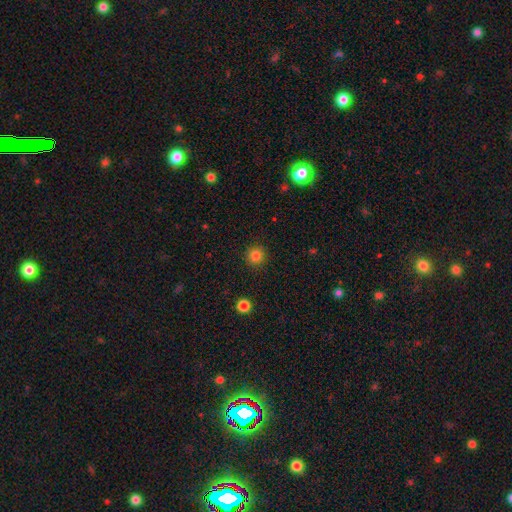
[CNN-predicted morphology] Overall: smooth (83%). How rounded: round (94%). Merging: none (92%).